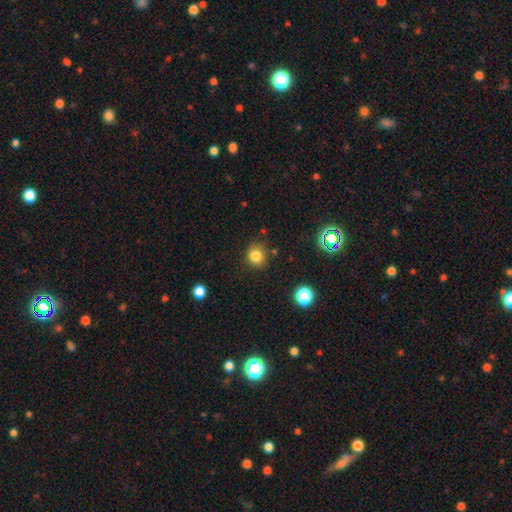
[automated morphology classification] Smooth or featured? smooth (81%)
How rounded? round (83%)
Merging? none (81%)